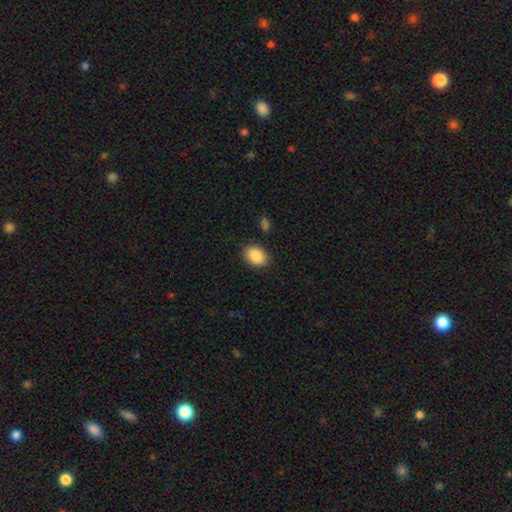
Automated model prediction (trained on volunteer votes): This is clearly a smooth galaxy (89%). How rounded: likely in between (75%). Merging: clearly none (87%).